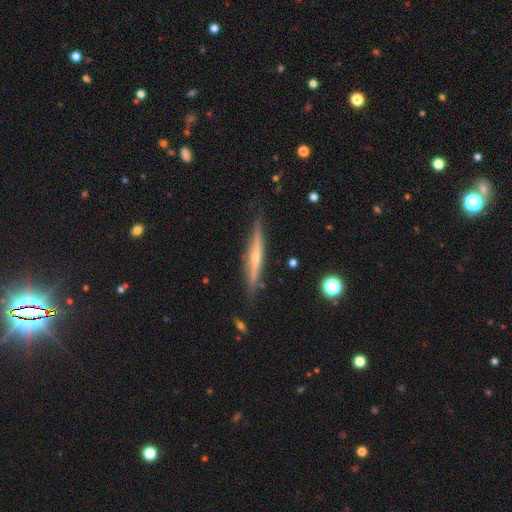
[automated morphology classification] A featured or disk galaxy (70%) viewed edge-on (96%) with a rounded central bulge (66%). Merging: none (84%).